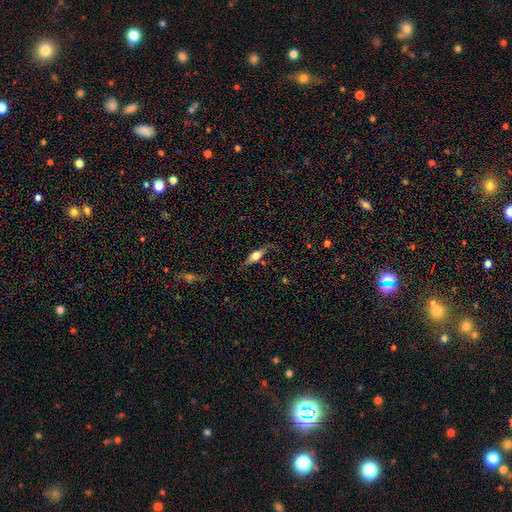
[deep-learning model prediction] Smooth or featured? Predicted: featured or disk (p=0.47). Merging? Predicted: none (p=0.69).